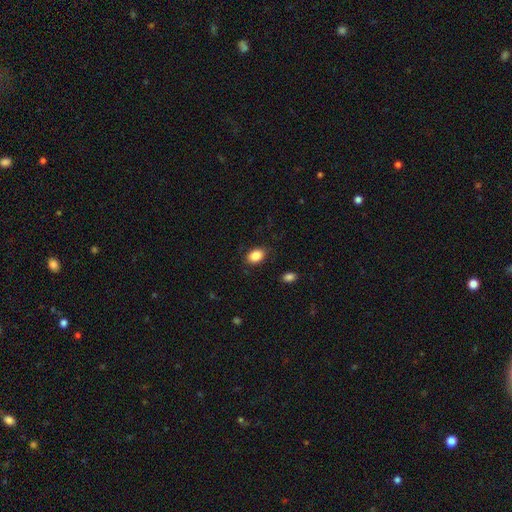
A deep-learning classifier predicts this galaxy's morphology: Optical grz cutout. It shows a smooth galaxy with no disk features (87%) that is in between round and cigar-shaped (82%). Merging: none (83%).